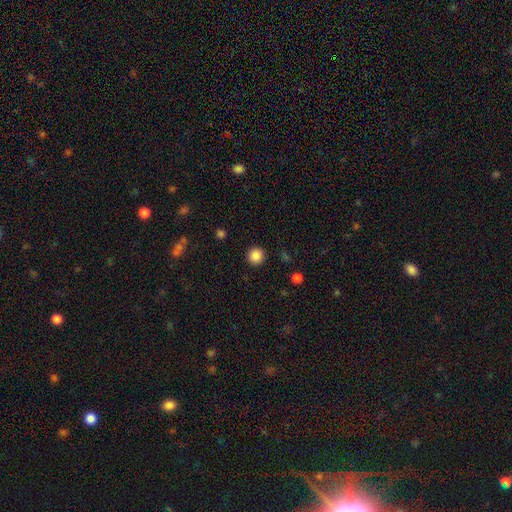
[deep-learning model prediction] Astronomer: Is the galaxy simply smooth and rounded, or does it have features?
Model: smooth — 86%.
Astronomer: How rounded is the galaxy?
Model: round — 95%.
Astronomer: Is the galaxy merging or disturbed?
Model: none — 93%.